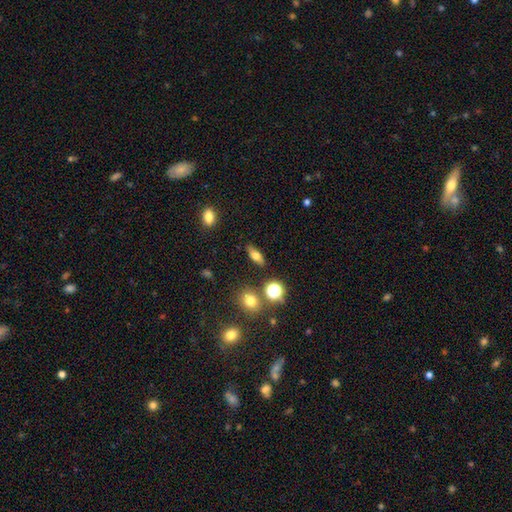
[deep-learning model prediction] smooth_or_featured: smooth (p=0.62) [alt: featured or disk p=0.26]
how_rounded: in between (p=0.64) [alt: cigar-shaped p=0.25]
merging: none (p=0.83) [alt: minor disturbance p=0.11]